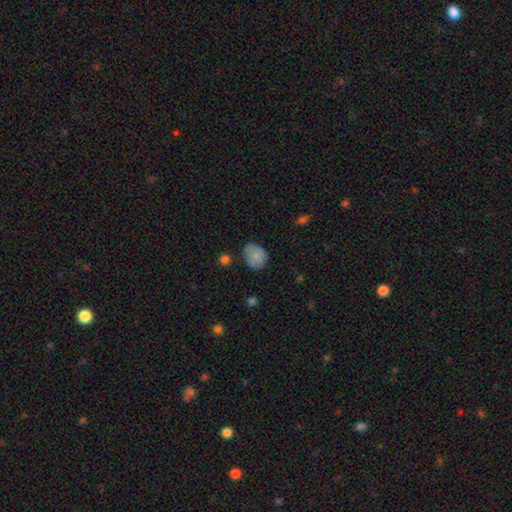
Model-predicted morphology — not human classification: This appears to be a smooth galaxy with no disk features (76%) that is round (57%). Merging: none (59%).